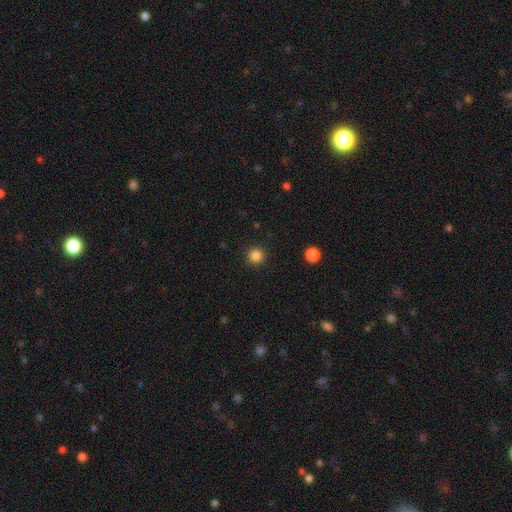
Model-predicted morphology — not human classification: A smooth galaxy with no disk features (84%) that is round (96%). Merging: none (92%).